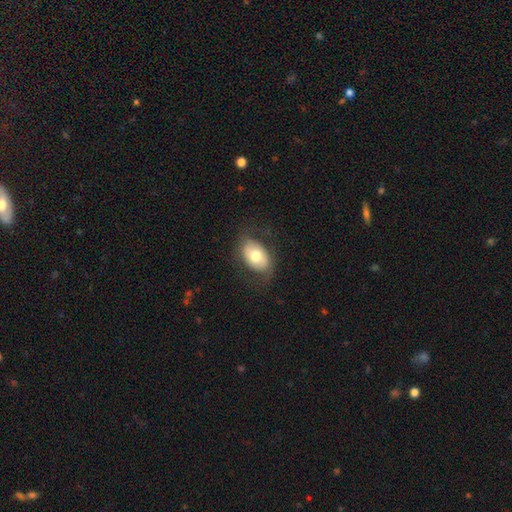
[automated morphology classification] Overall: smooth (65%; featured or disk 29%). How rounded: in between (87%). Merging: none (74%).